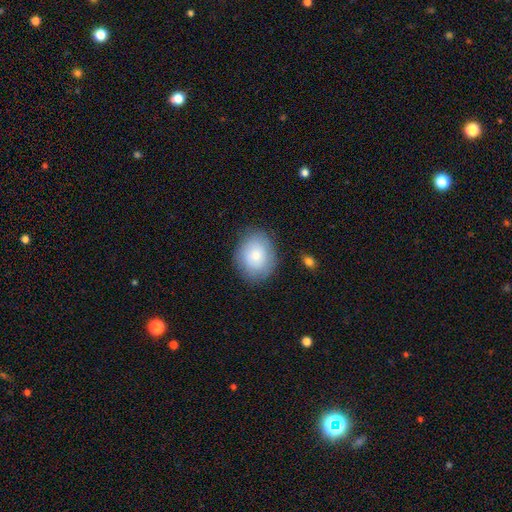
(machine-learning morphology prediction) Overall: smooth (73%). How rounded: round (56%; in between 43%). Merging: none (81%).